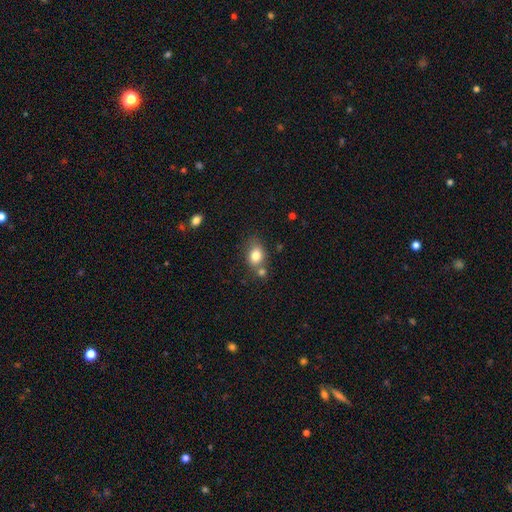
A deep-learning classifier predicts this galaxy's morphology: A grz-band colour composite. It shows a smooth galaxy with no disk features (81%) that is in between round and cigar-shaped (65%). Merging: none (56%).